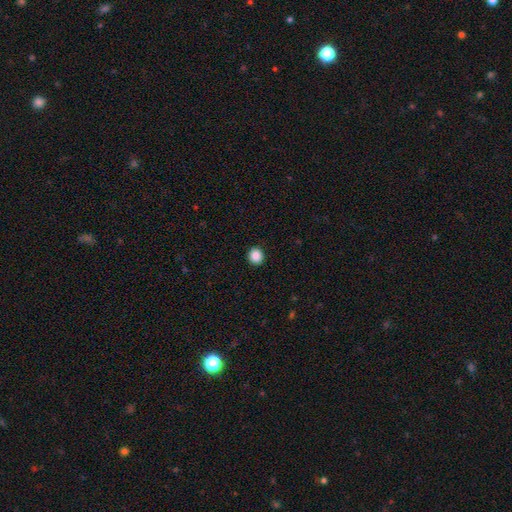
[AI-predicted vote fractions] smooth_or_featured: smooth (p=0.88) [alt: star or artifact p=0.09]
how_rounded: round (p=0.89) [alt: in between p=0.10]
merging: none (p=0.93) [alt: minor disturbance p=0.05]